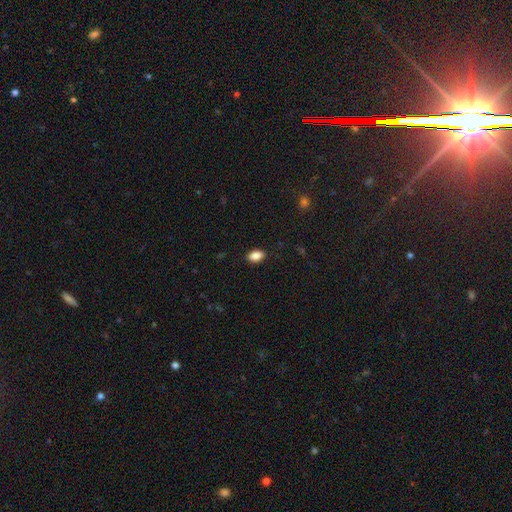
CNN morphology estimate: Smooth or featured: smooth — 88% (star or artifact — 8%)
How rounded: in between — 89% (round — 9%)
Merging: none — 89% (minor disturbance — 8%)